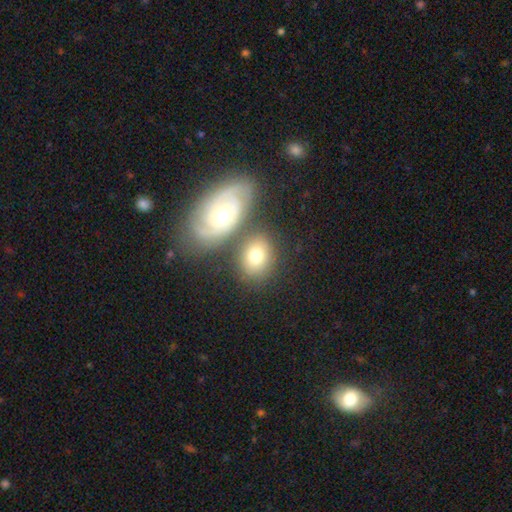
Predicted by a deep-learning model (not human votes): Overall: smooth (64%; featured or disk 28%). How rounded: in between (62%; round 37%). Merging: none (62%).